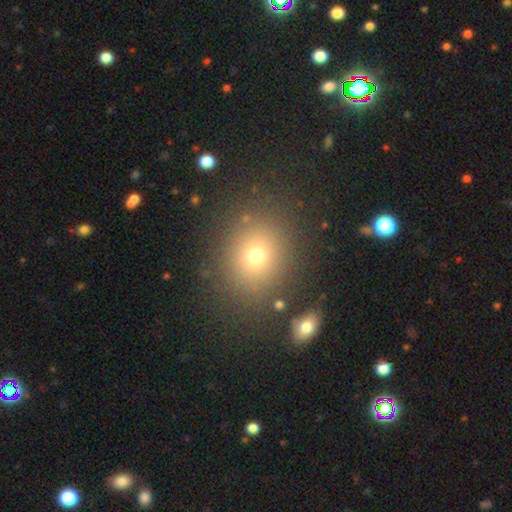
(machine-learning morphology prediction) smooth_or_featured: smooth (p=0.70) [alt: star or artifact p=0.20]
how_rounded: round (p=0.70) [alt: in between p=0.29]
merging: none (p=0.86) [alt: minor disturbance p=0.08]